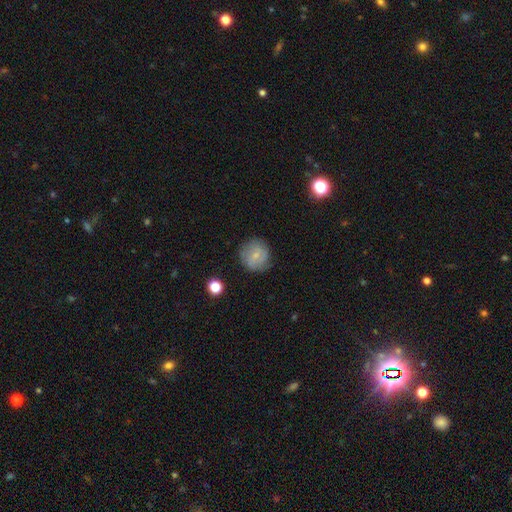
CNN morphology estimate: smooth_or_featured: smooth (p=0.57) [alt: featured or disk p=0.35]
how_rounded: round (p=0.91) [alt: in between p=0.08]
merging: none (p=0.80) [alt: minor disturbance p=0.15]